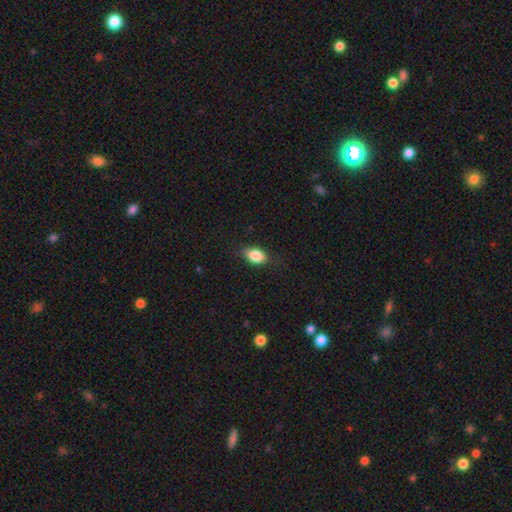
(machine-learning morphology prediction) Overall: smooth (84%). How rounded: in between (84%). Merging: none (80%).